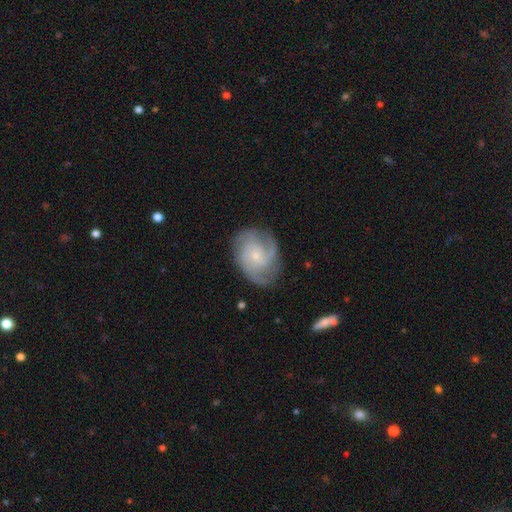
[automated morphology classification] Smooth or featured: featured or disk — 82% (smooth — 12%)
Edge-on disk: no — 98% (yes — 2%)
Bar: no — 73% (weak — 23%)
Spiral arms: yes — 96% (no — 4%)
Spiral winding: tight — 45% (medium — 43%)
Spiral arm count: 3 — 38% (2 — 27%)
Bulge size: small — 78% (moderate — 17%)
Merging: none — 74% (minor disturbance — 18%)